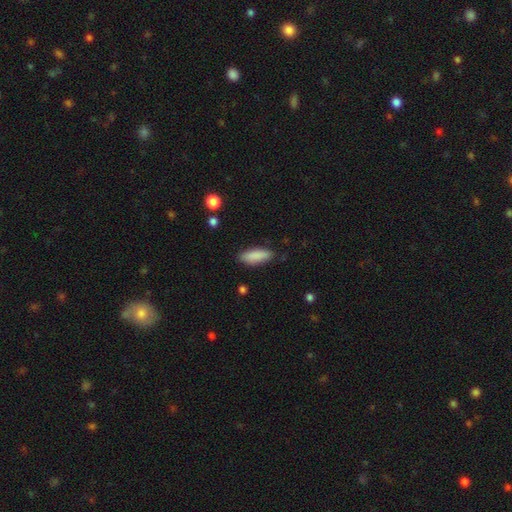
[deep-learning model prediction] Overall: smooth (88%). How rounded: in between (61%; cigar-shaped 37%). Merging: none (84%).